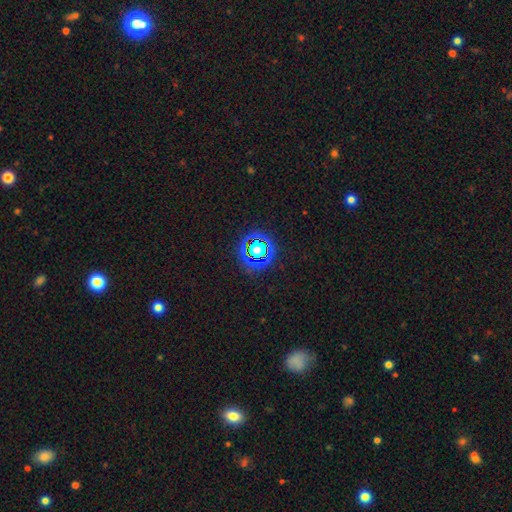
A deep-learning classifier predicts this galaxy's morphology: Smooth or featured? Predicted: star or artifact (p=0.62).